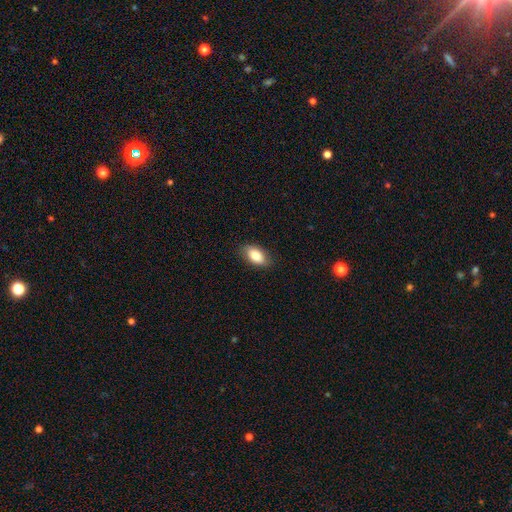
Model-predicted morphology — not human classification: This is clearly a smooth galaxy (82%). How rounded: clearly in between (91%). Merging: clearly none (84%).